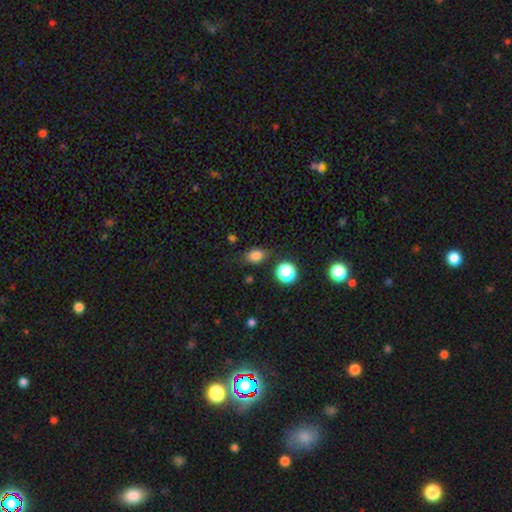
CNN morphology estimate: Smooth or featured? Predicted: smooth (p=0.80). How rounded? Predicted: in between (p=0.68). Merging? Predicted: none (p=0.77).